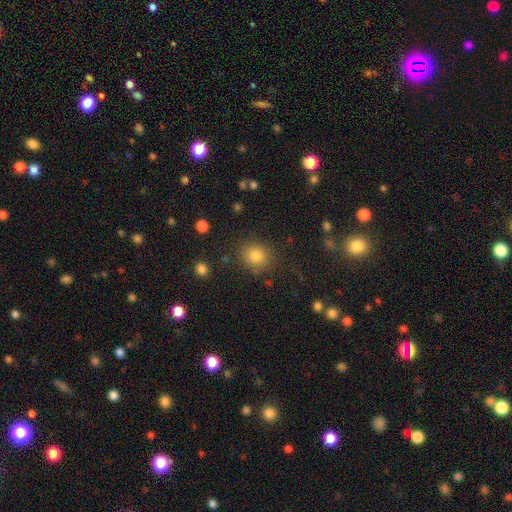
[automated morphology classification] Overall: smooth (80%). How rounded: round (83%). Merging: none (83%).